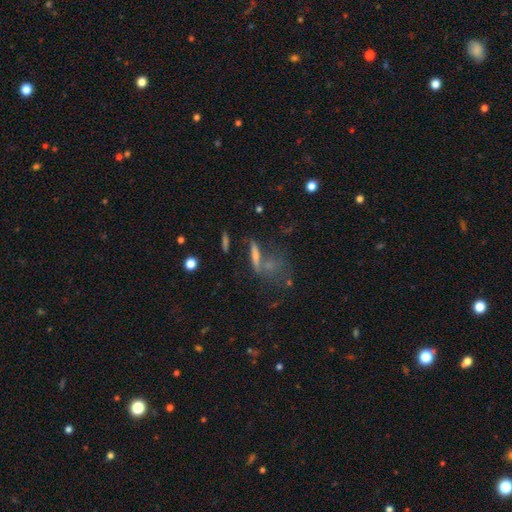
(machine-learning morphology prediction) Overall: featured or disk (41%; smooth 39%). Merging: none (43%; merger 22%).